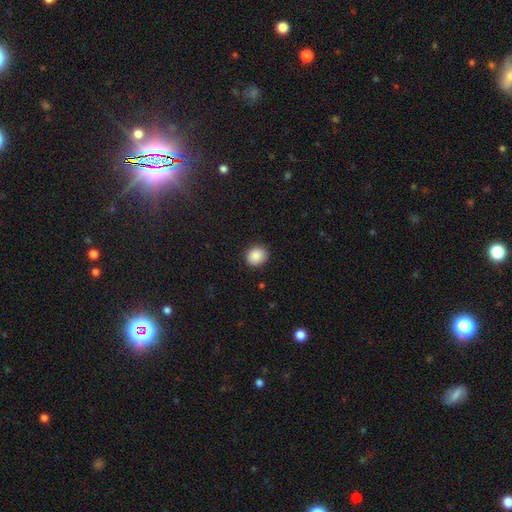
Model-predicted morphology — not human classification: A smooth galaxy with no disk features (88%) that is round (79%).

Vote fractions:
- Smooth or featured? smooth: 88% / star or artifact: 9% / featured or disk: 3%
- How rounded? round: 79% / in between: 20% / cigar-shaped: 1%
- Merging? none: 88% / minor disturbance: 8% / major disturbance: 2% / merger: 1%